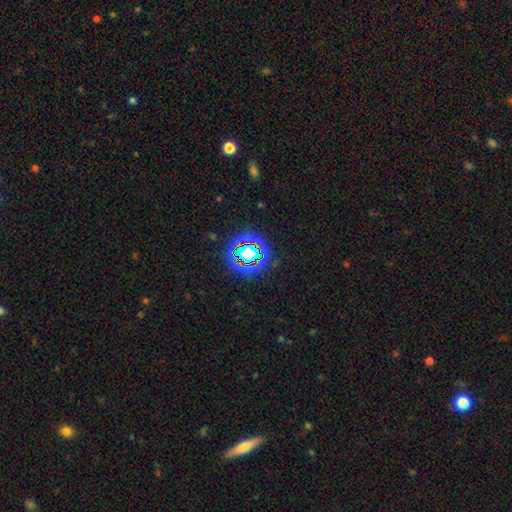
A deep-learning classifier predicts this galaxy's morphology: Smooth or featured? Predicted: star or artifact (p=0.74).